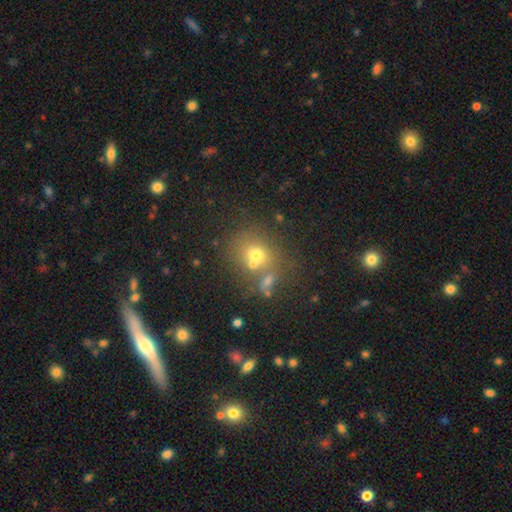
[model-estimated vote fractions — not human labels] This is likely a smooth galaxy (64%). How rounded: likely round (77%). Merging: possibly none (52%).